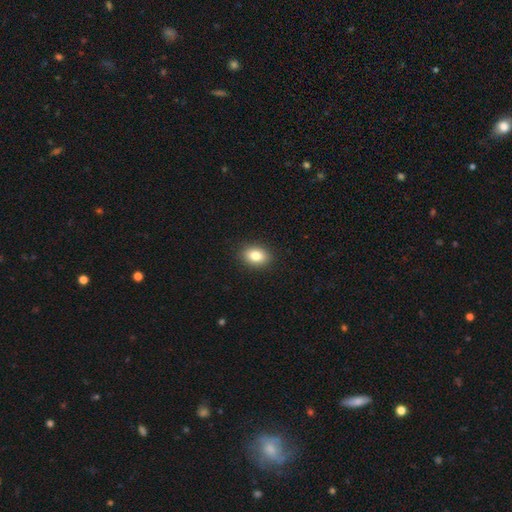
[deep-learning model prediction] Smooth or featured? smooth (82%)
How rounded? in between (69%)
Merging? none (91%)